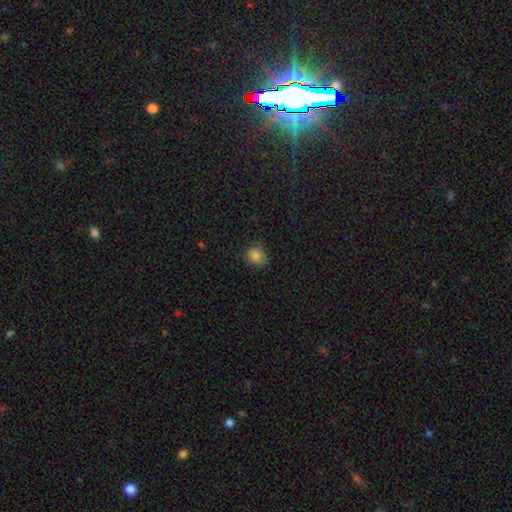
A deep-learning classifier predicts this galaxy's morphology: Overall: smooth (84%). How rounded: round (79%). Merging: none (80%).